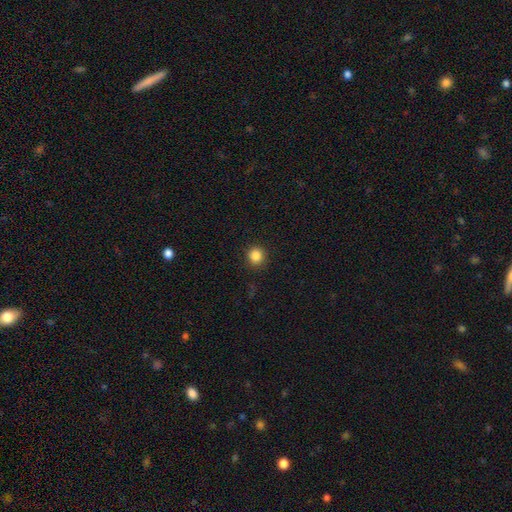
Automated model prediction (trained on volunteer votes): smooth 85%, star or artifact 11%, featured or disk 4%. Down the decision tree: how rounded — round (91%); merging — none (91%).